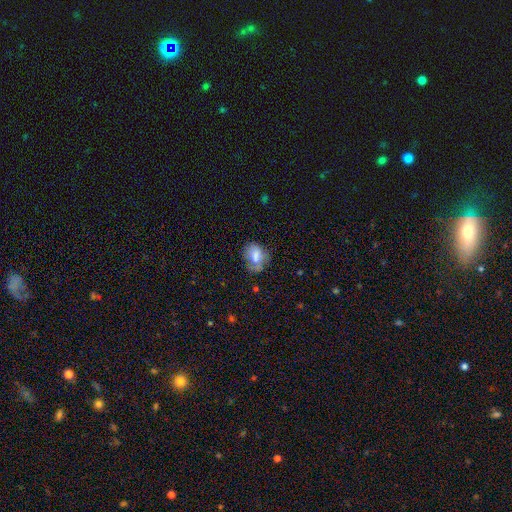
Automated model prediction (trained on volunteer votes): Smooth or featured? smooth (69%)
How rounded? in between (65%)
Merging? none (46%)